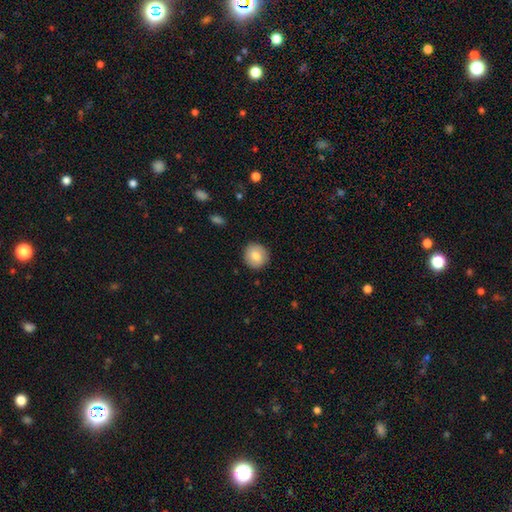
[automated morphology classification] A smooth galaxy with no disk features (79%) that is round (92%). Merging: none (90%).